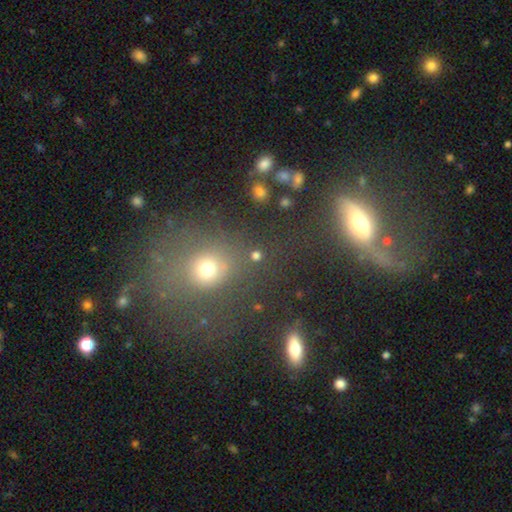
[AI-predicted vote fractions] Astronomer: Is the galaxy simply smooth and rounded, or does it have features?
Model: smooth — 68%.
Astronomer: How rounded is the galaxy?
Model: round — 90%.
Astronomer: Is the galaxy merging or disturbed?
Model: none — 81%.